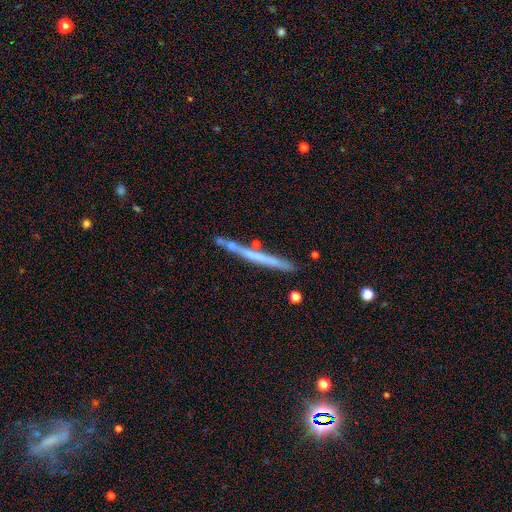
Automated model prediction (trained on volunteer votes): This is possibly a featured or disk galaxy (48%). Merging: likely none (79%).